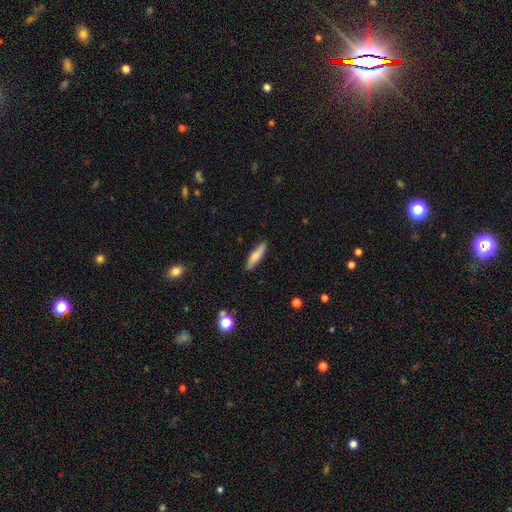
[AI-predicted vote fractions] smooth_or_featured: smooth (p=0.74) [alt: featured or disk p=0.20]
how_rounded: cigar-shaped (p=0.79) [alt: in between p=0.19]
merging: none (p=0.89) [alt: minor disturbance p=0.08]